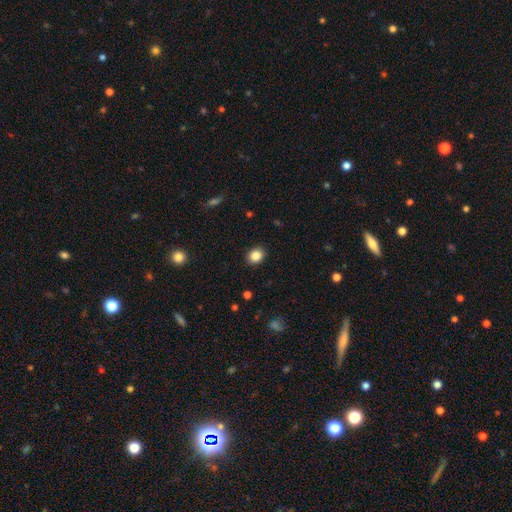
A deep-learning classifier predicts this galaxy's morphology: Q: Smooth or featured?
A: smooth (86%); runner-up: star or artifact (10%)
Q: How rounded?
A: round (57%); runner-up: in between (42%)
Q: Merging?
A: none (90%); runner-up: minor disturbance (7%)